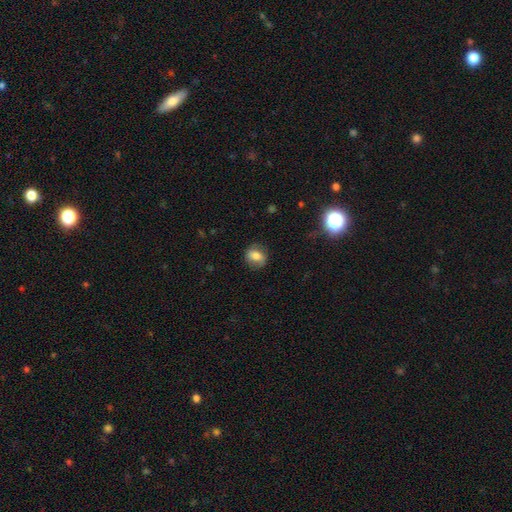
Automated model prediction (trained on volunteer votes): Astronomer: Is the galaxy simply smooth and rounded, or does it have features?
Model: smooth — 69%.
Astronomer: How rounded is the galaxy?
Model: round — 57% (runner-up: in between, 42%).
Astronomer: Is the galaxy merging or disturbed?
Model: none — 80%.